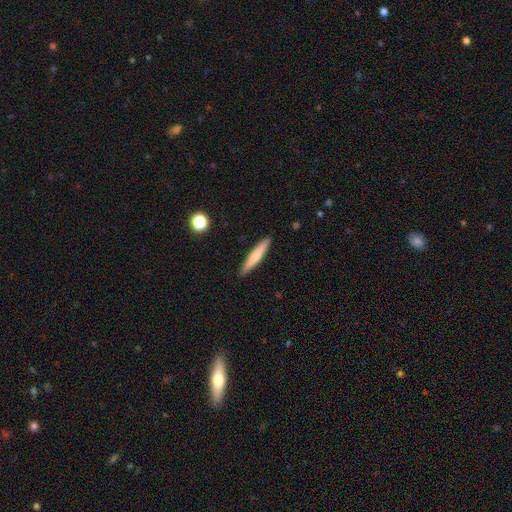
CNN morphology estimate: This appears to be a smooth galaxy with no disk features (67%) that is cigar-shaped (93%). Merging: none (91%).